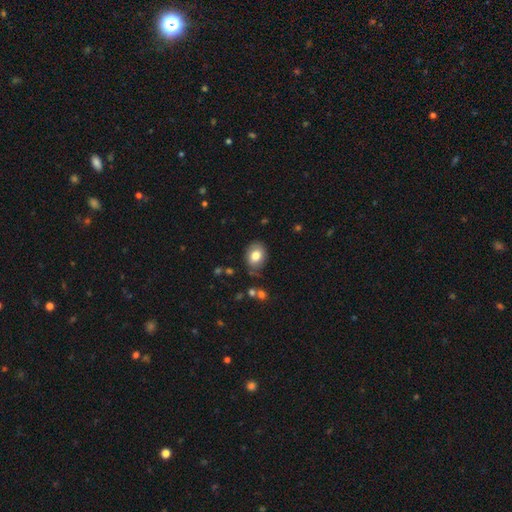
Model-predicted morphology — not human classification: This appears to be a smooth galaxy with no disk features (78%) that is in between round and cigar-shaped (64%). Merging: none (80%).